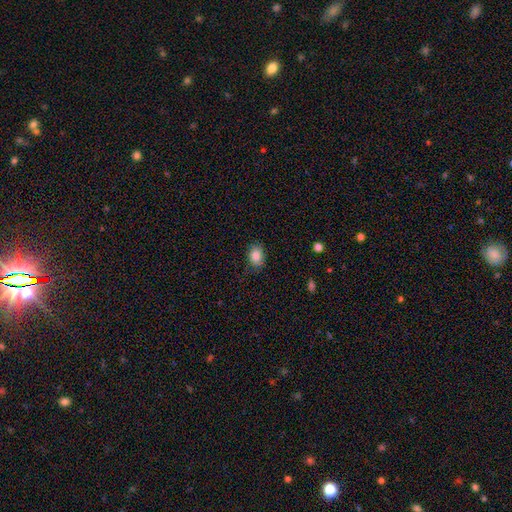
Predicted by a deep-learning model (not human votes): smooth_or_featured: smooth (p=0.86) [alt: star or artifact p=0.08]
how_rounded: in between (p=0.71) [alt: round p=0.28]
merging: none (p=0.79) [alt: minor disturbance p=0.17]